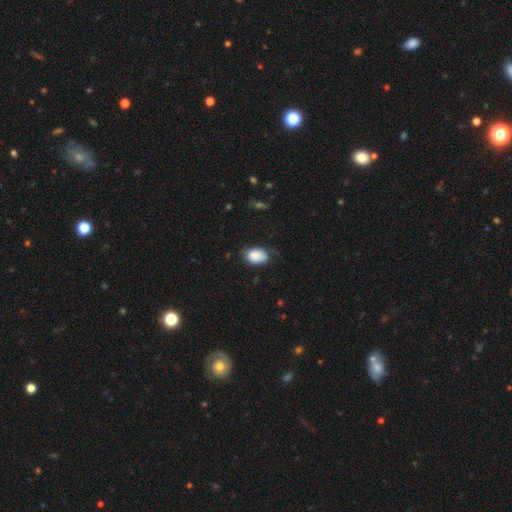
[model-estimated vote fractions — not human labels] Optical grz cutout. It shows a smooth galaxy with no disk features (85%) that is in between round and cigar-shaped (87%). Merging: none (60%).